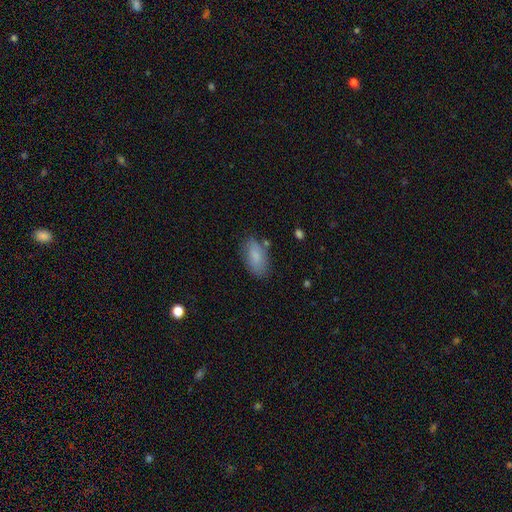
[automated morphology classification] The model was most divided on "merging": none: 75%, minor disturbance: 17%, major disturbance: 4%, merger: 4%. More confident: how rounded — in between (92%); smooth or featured — smooth (82%).